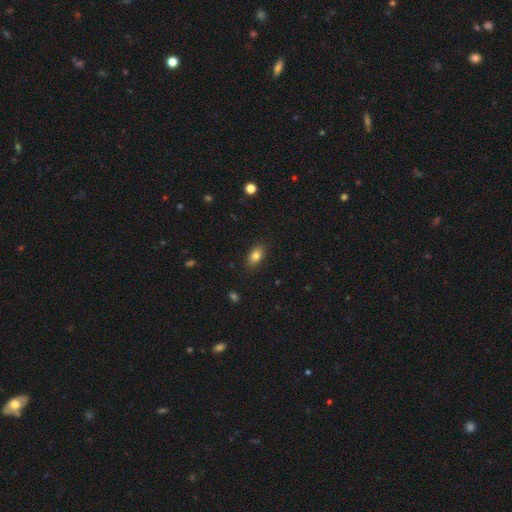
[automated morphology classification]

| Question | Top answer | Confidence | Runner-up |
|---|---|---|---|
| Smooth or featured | smooth | 82% | featured or disk (9%) |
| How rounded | in between | 86% | round (8%) |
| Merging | none | 86% | minor disturbance (10%) |